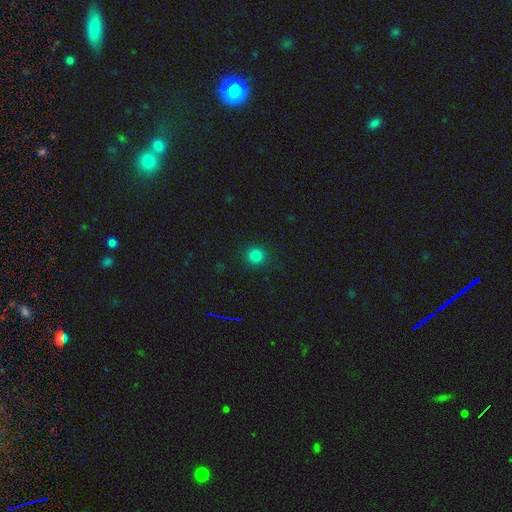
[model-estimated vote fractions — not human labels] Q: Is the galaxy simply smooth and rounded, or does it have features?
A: smooth — 81%.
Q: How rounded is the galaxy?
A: round — 94%.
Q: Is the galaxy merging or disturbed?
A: none — 91%.